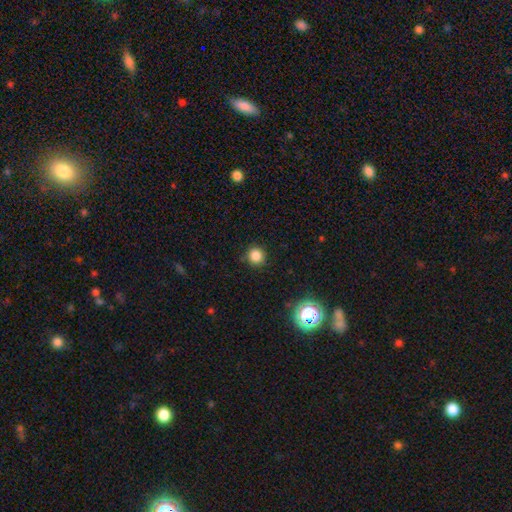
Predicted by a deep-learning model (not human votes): Morphology: type=smooth (83%); roundness=round (93%); merging=none (90%).